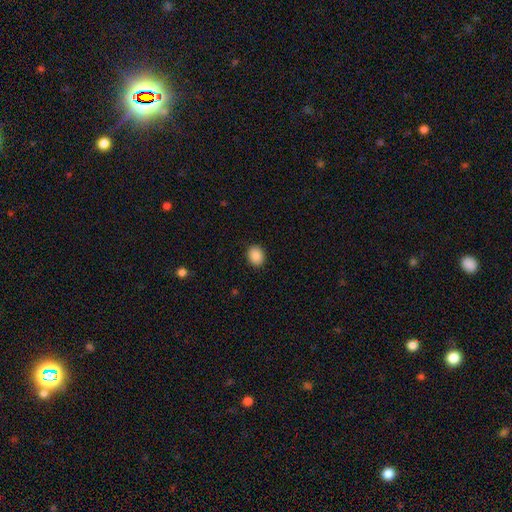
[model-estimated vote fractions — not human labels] smooth-or-featured: smooth: 89% | star or artifact: 8% | featured or disk: 3%
  how-rounded: round: 53% | in between: 46% | cigar-shaped: 1%
  merging: none: 90% | minor disturbance: 7% | major disturbance: 2% | merger: 1%